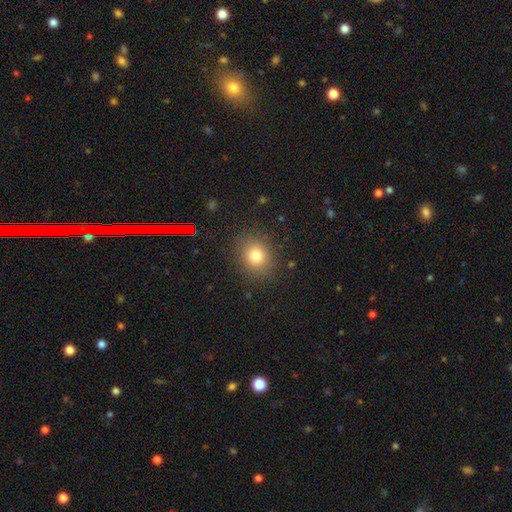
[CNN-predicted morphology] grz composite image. It shows a smooth galaxy with no disk features (79%) that is round (70%). Merging: none (86%).